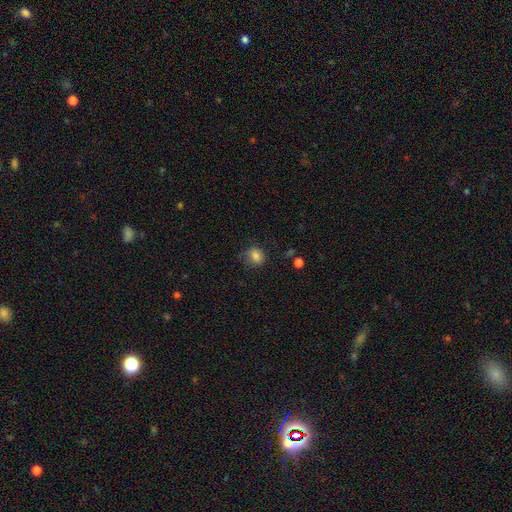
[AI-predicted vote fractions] Smooth or featured: smooth — 82% (star or artifact — 11%)
How rounded: round — 66% (in between — 33%)
Merging: none — 78% (minor disturbance — 15%)